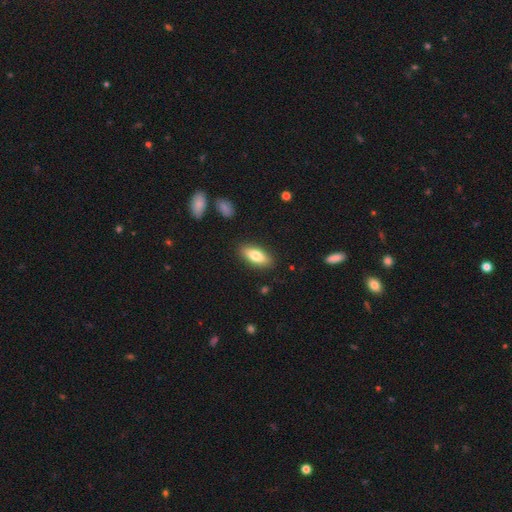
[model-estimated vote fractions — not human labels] This appears to be a smooth galaxy with no disk features (79%) that is in between round and cigar-shaped (79%). Merging: none (87%).